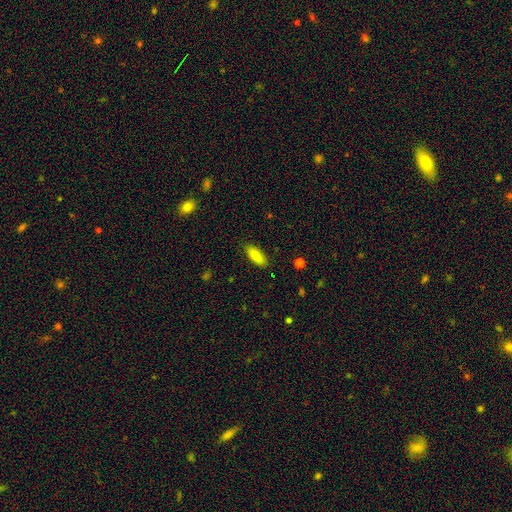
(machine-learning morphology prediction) smooth-or-featured: smooth: 87% | star or artifact: 7% | featured or disk: 6%
  how-rounded: in between: 74% | cigar-shaped: 25% | round: 2%
  merging: none: 88% | minor disturbance: 9% | major disturbance: 2% | merger: 1%